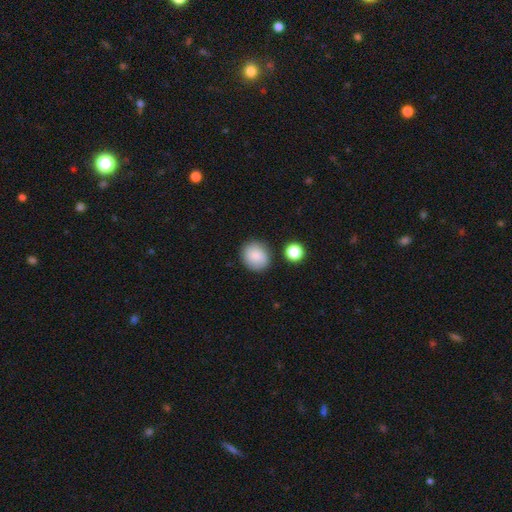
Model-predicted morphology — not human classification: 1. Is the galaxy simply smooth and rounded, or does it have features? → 79% smooth, 13% featured or disk, 9% star or artifact.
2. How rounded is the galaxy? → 80% round, 19% in between, 1% cigar-shaped.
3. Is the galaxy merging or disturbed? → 82% none, 11% minor disturbance, 4% merger, 3% major disturbance.